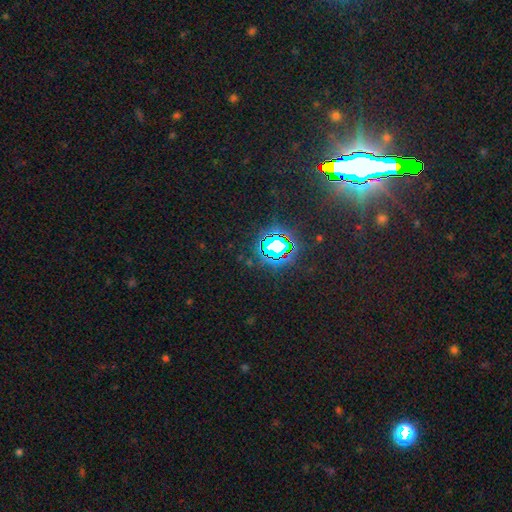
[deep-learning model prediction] star or artifact 84%, smooth 9%, featured or disk 7%.